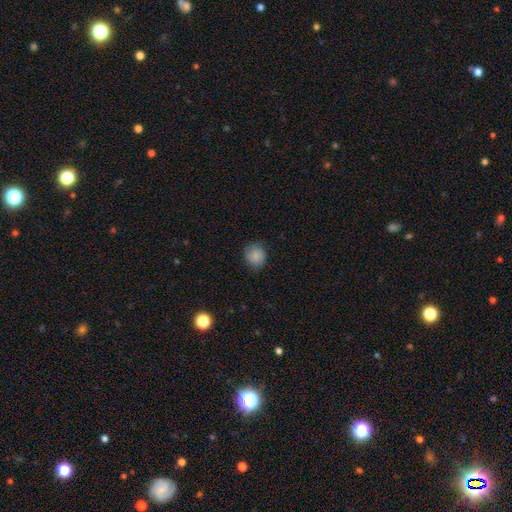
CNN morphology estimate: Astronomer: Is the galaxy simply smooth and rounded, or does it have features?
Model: smooth — 83%.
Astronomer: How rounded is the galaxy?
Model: round — 83%.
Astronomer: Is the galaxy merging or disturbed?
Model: none — 78%.